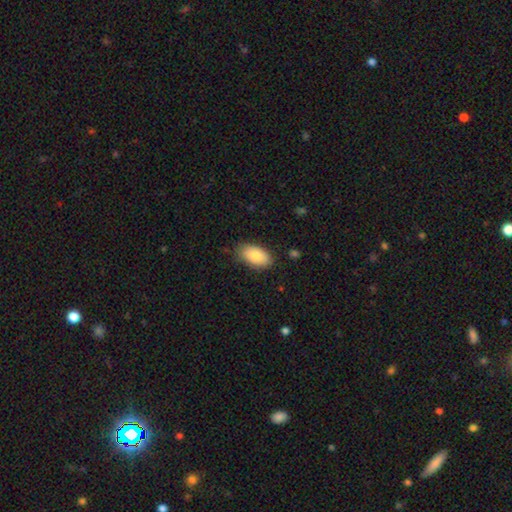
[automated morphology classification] The model was most divided on "merging": none: 82%, minor disturbance: 14%, major disturbance: 3%, merger: 1%. More confident: how rounded — in between (94%); smooth or featured — smooth (84%).